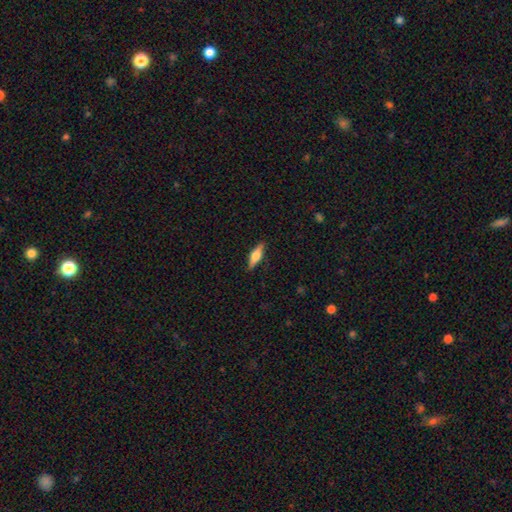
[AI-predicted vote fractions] Smooth or featured: featured or disk — 51% (smooth — 42%)
Edge-on disk: yes — 95% (no — 5%)
Merging: none — 89% (minor disturbance — 8%)